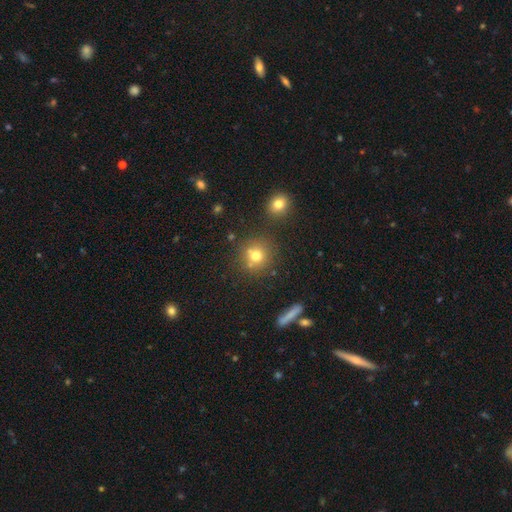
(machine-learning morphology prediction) Overall: smooth (73%). How rounded: round (89%). Merging: none (72%).